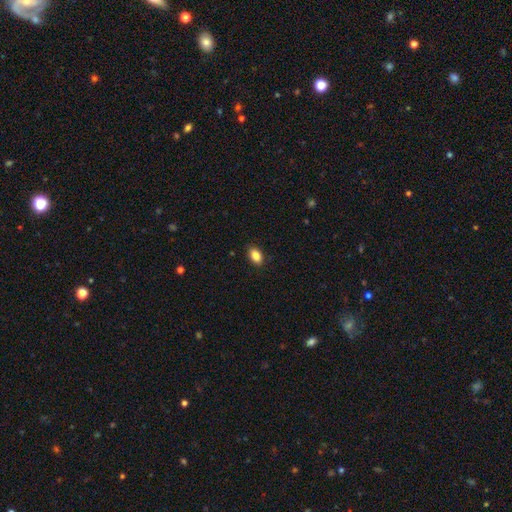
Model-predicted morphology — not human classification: smooth 87%, star or artifact 8%, featured or disk 4%. Down the decision tree: how rounded — in between (87%); merging — none (88%).